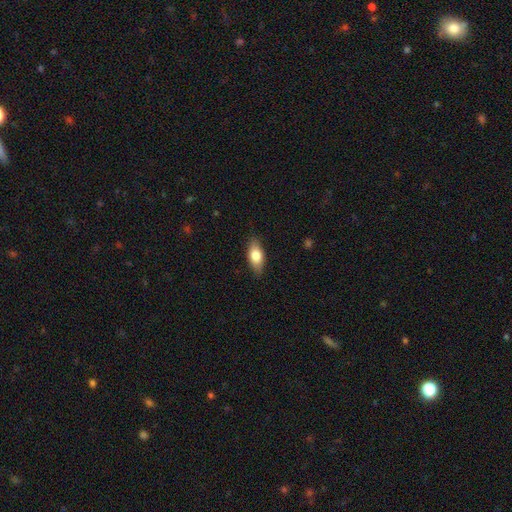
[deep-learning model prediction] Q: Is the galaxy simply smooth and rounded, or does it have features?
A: smooth — 76%.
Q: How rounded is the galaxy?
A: in between — 84%.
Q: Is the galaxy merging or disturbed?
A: none — 84%.